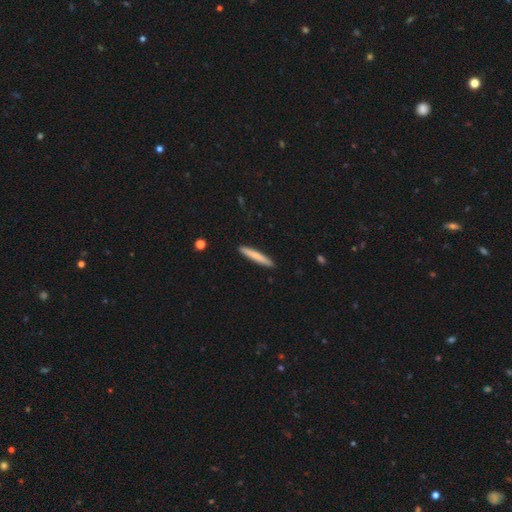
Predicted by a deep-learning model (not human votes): A smooth galaxy with no disk features (75%) that is cigar-shaped (95%).

Vote fractions:
- Smooth or featured? smooth: 75% / featured or disk: 20% / star or artifact: 5%
- How rounded? cigar-shaped: 95% / in between: 3% / round: 1%
- Merging? none: 92% / minor disturbance: 6% / major disturbance: 1% / merger: 1%